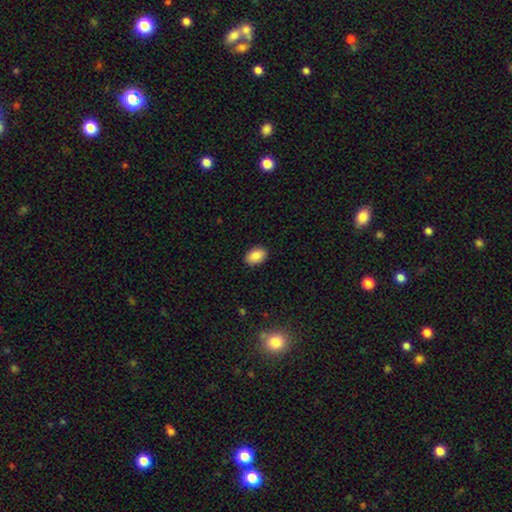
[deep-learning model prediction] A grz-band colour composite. It shows a smooth galaxy with no disk features (87%) that is in between round and cigar-shaped (89%). Merging: none (89%).